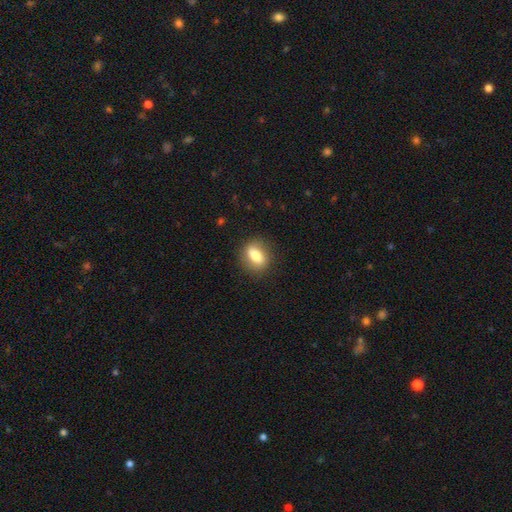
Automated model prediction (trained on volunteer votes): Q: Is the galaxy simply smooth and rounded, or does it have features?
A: smooth — 78%.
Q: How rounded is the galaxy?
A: in between — 73%.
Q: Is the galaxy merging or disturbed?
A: none — 82%.